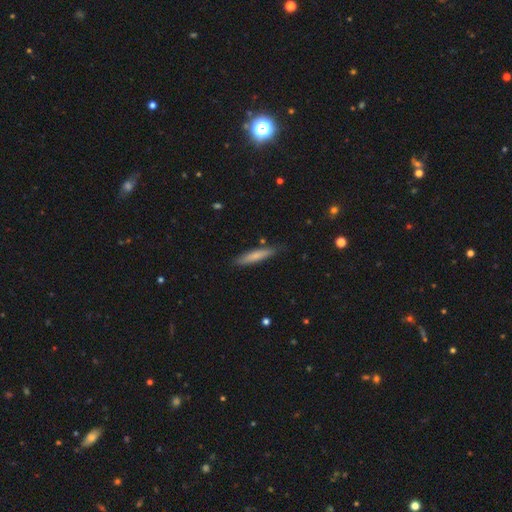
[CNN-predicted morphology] smooth 72%, featured or disk 22%, star or artifact 6%. Down the decision tree: how rounded — cigar-shaped (89%); merging — none (82%).